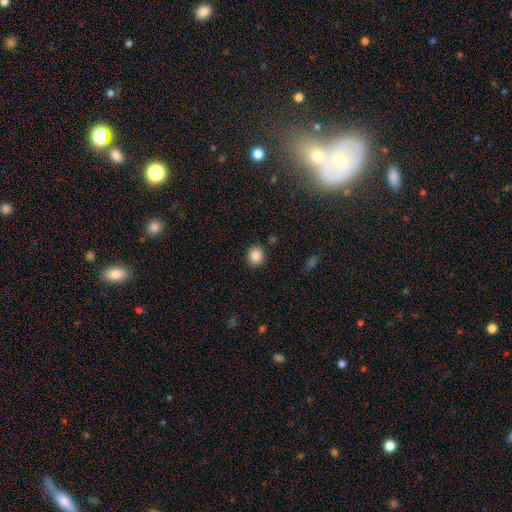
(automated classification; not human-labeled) smooth_or_featured: smooth (p=0.87) [alt: star or artifact p=0.10]
how_rounded: round (p=0.70) [alt: in between p=0.29]
merging: none (p=0.87) [alt: minor disturbance p=0.08]